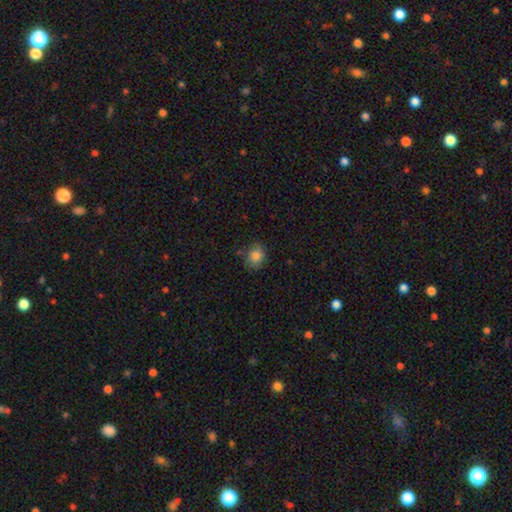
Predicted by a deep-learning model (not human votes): This is clearly a smooth galaxy (83%). How rounded: possibly round (57%). Merging: likely none (74%).